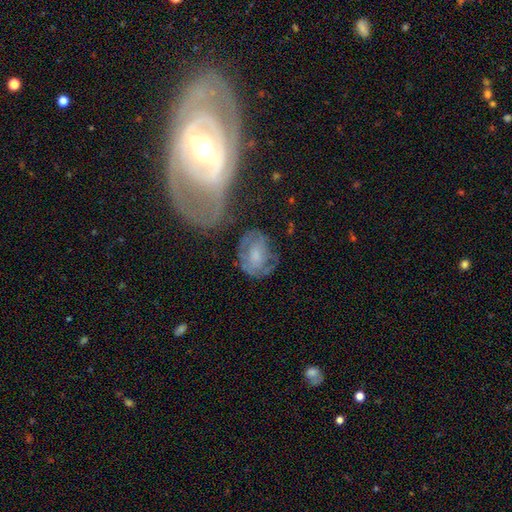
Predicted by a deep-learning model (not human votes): Morphology: type=featured or disk (54%); edge-on=no (96%); bar=no (63%); spiral arms=yes (71%); bulge=moderate (37%); merging=none (54%).